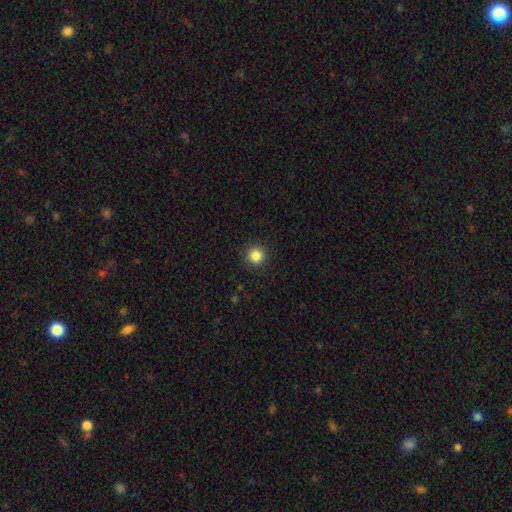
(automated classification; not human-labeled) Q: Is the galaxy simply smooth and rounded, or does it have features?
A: smooth — 85%.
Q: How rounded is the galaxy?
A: round — 95%.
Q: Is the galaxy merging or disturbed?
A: none — 92%.